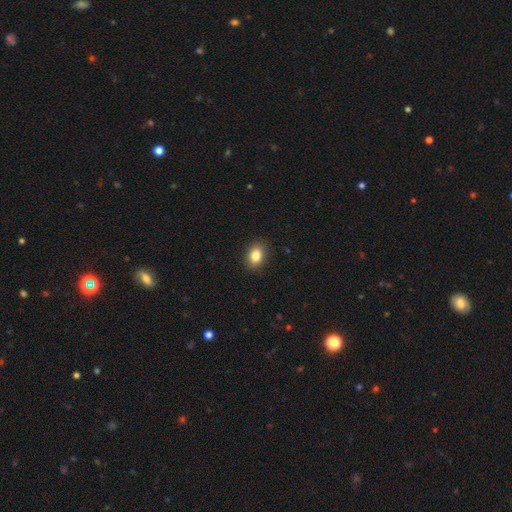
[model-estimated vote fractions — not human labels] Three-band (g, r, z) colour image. It shows a smooth galaxy with no disk features (85%) that is in between round and cigar-shaped (71%). Merging: none (89%).